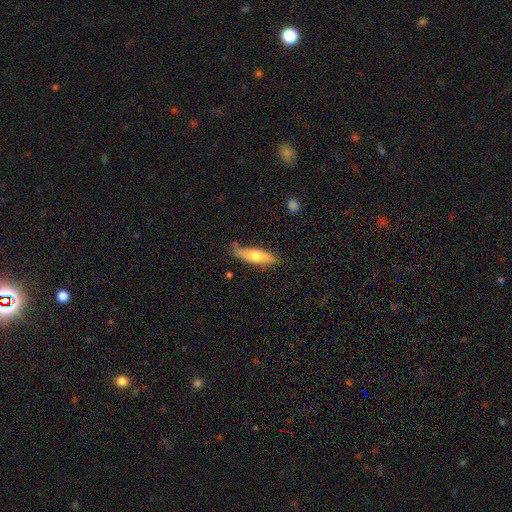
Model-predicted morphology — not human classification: smooth-or-featured: smooth: 62% | featured or disk: 32% | star or artifact: 6%
  how-rounded: cigar-shaped: 57% | in between: 41% | round: 2%
  merging: none: 71% | minor disturbance: 22% | major disturbance: 4% | merger: 3%